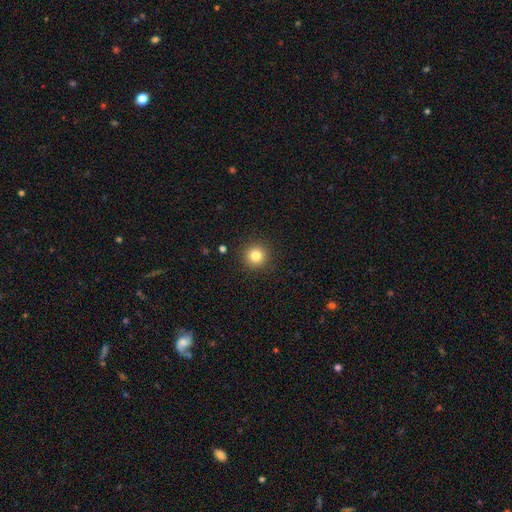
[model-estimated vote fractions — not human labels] A smooth galaxy with no disk features (82%) that is round (95%). Merging: none (91%).